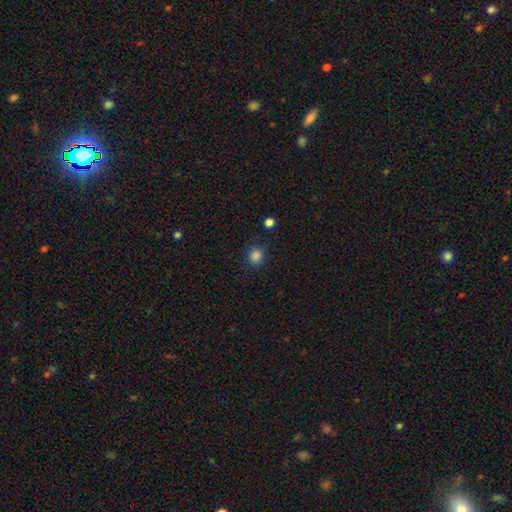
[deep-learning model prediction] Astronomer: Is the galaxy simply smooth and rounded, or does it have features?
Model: smooth — 85%.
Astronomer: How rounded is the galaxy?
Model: round — 84%.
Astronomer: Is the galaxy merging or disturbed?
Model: none — 88%.